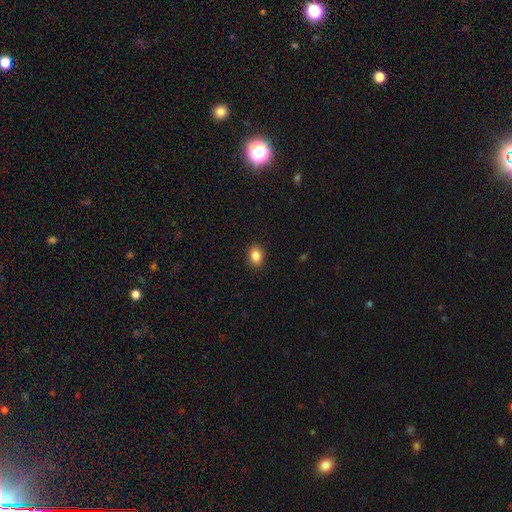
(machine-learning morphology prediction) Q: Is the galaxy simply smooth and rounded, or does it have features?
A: smooth — 86%.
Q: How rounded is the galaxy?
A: in between — 65%.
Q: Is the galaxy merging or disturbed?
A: none — 89%.